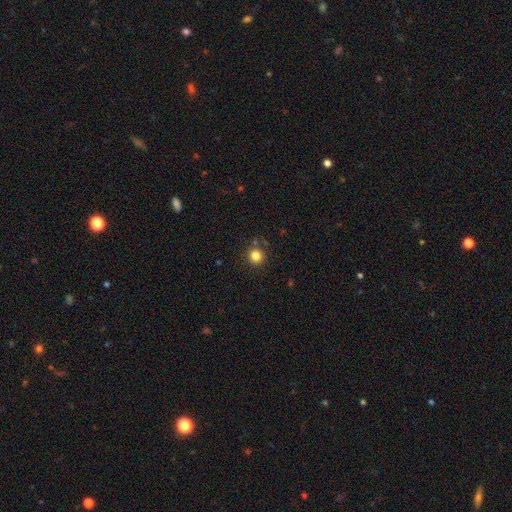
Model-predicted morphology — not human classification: type=smooth (83%); roundness=round (94%); merging=none (85%).